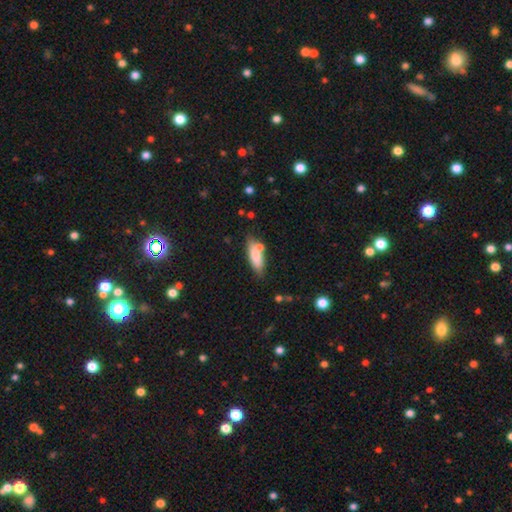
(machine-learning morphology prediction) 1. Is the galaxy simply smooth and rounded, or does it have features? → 76% smooth, 18% featured or disk, 7% star or artifact.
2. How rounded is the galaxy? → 56% in between, 42% cigar-shaped, 2% round.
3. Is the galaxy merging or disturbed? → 64% none, 18% minor disturbance, 14% merger, 4% major disturbance.